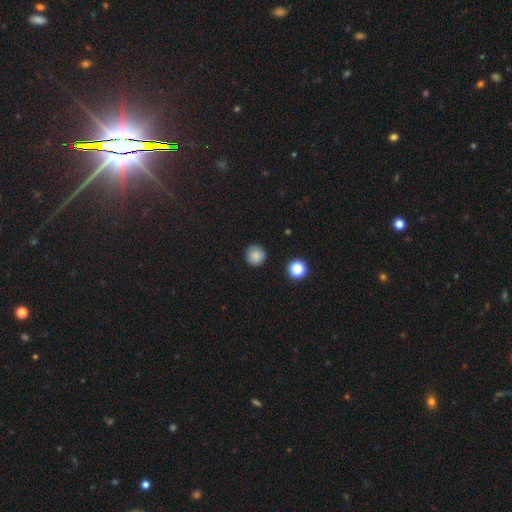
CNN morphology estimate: This appears to be a smooth galaxy with no disk features (84%) that is round (94%). Merging: none (88%).